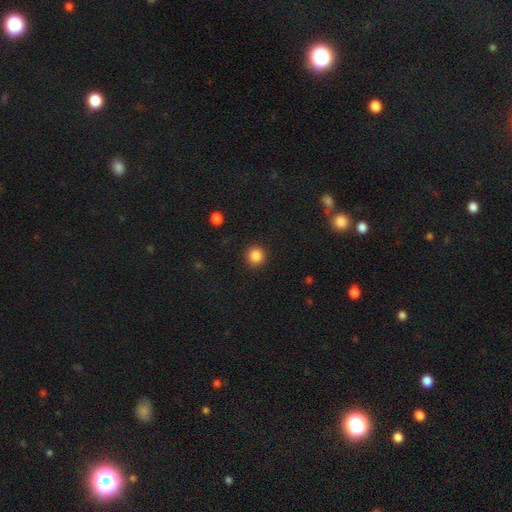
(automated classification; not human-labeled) Q: Smooth or featured?
A: smooth (86%); runner-up: star or artifact (11%)
Q: How rounded?
A: round (92%); runner-up: in between (7%)
Q: Merging?
A: none (91%); runner-up: minor disturbance (6%)